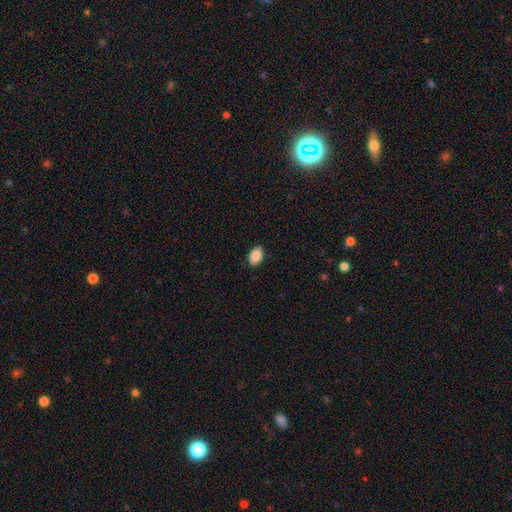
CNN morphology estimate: smooth_or_featured: smooth (p=0.90) [alt: star or artifact p=0.07]
how_rounded: in between (p=0.92) [alt: round p=0.07]
merging: none (p=0.89) [alt: minor disturbance p=0.08]